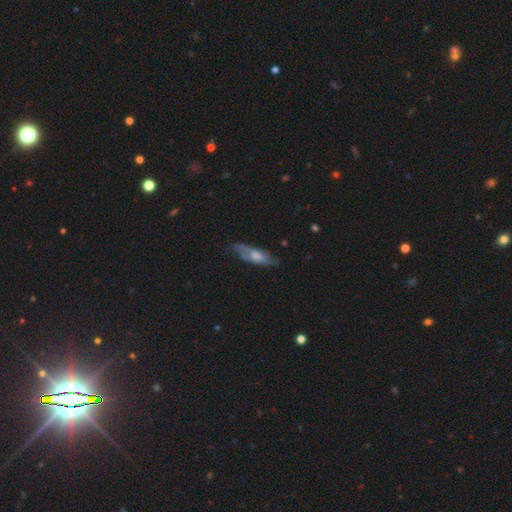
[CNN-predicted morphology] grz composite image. It shows a featured or disk galaxy (50%). Merging: none (61%).